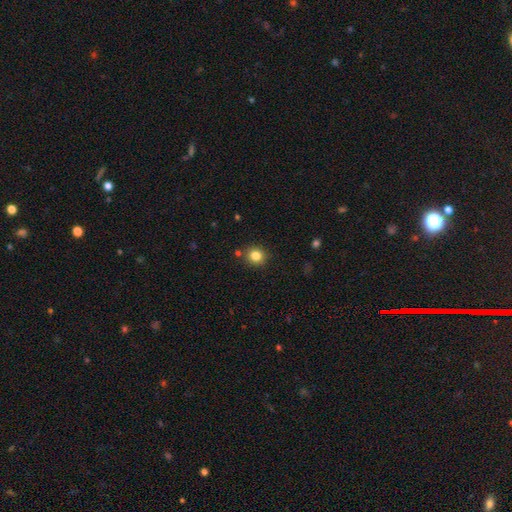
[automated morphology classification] Q: Smooth or featured?
A: smooth (82%); runner-up: star or artifact (12%)
Q: How rounded?
A: round (88%); runner-up: in between (11%)
Q: Merging?
A: none (86%); runner-up: minor disturbance (8%)